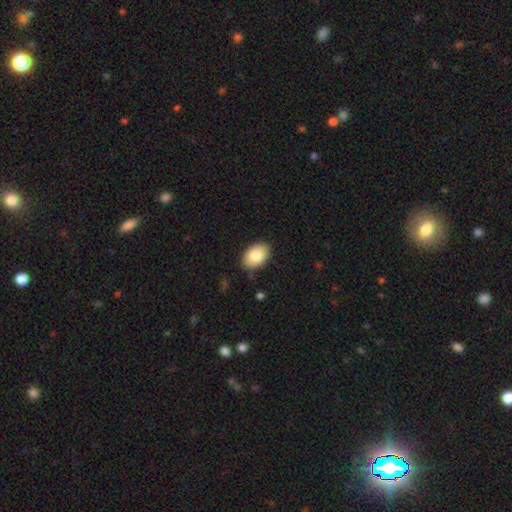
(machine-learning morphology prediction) Smooth or featured? Predicted: smooth (p=0.84). How rounded? Predicted: in between (p=0.88). Merging? Predicted: none (p=0.87).